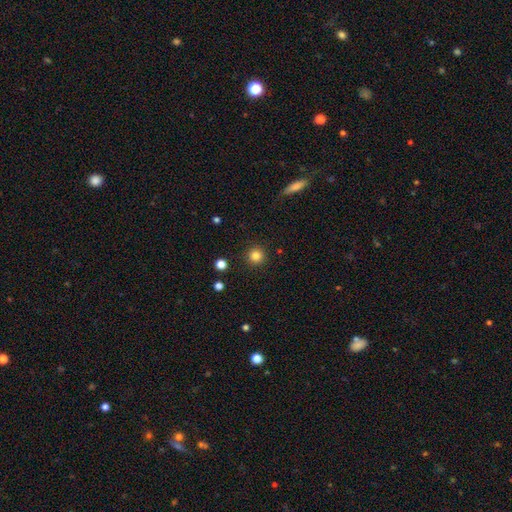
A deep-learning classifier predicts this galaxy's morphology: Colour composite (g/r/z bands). It shows a smooth galaxy with no disk features (83%) that is round (95%). Merging: none (91%).